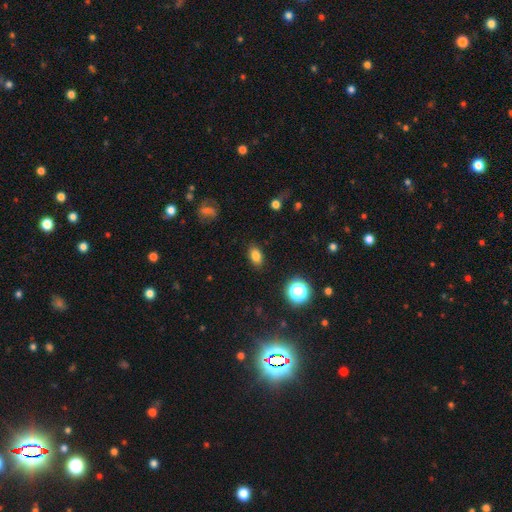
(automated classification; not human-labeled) Overall: smooth (80%). How rounded: in between (84%). Merging: none (87%).